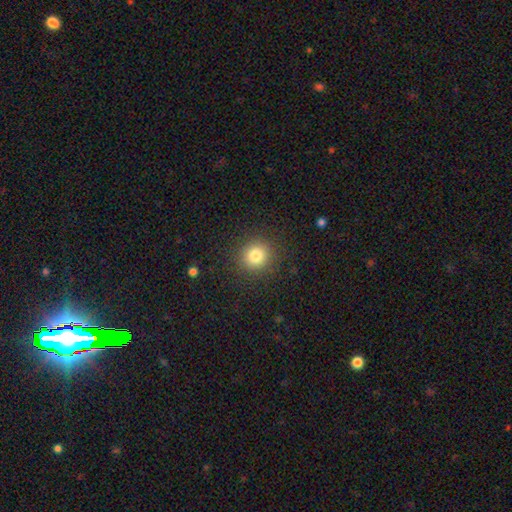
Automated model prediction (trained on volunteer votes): The model was most divided on "smooth or featured": smooth: 82%, star or artifact: 12%, featured or disk: 7%. More confident: how rounded — round (91%); merging — none (89%).